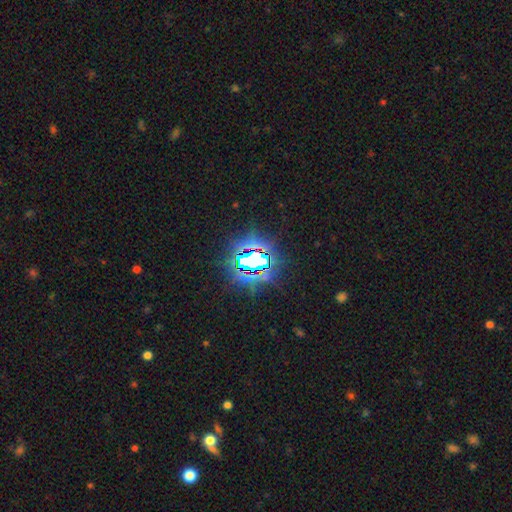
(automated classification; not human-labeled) Morphology: type=star or artifact (78%).